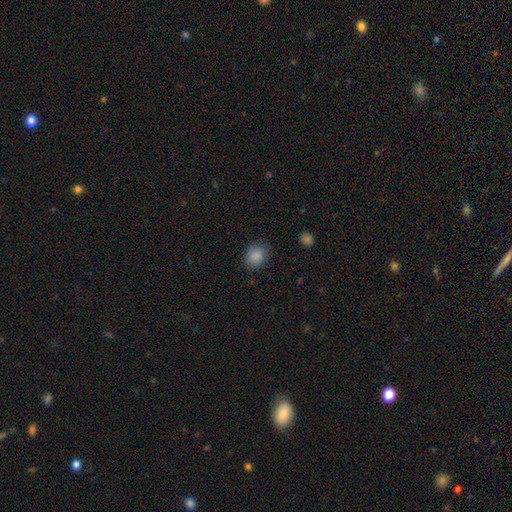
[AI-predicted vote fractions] Q: Smooth or featured?
A: smooth (87%); runner-up: star or artifact (9%)
Q: How rounded?
A: round (53%); runner-up: in between (46%)
Q: Merging?
A: none (81%); runner-up: minor disturbance (14%)